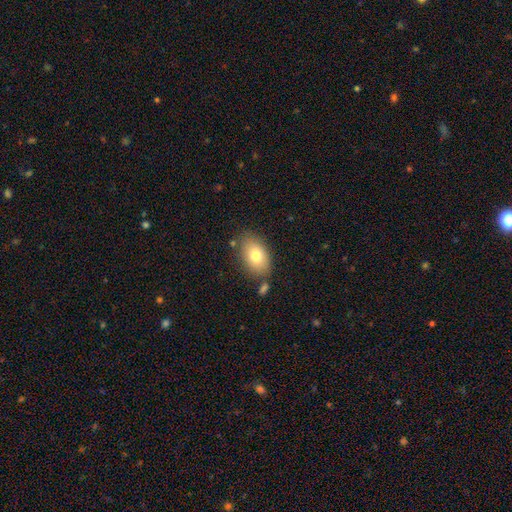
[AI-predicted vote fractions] This is likely a smooth galaxy (77%). How rounded: clearly in between (88%). Merging: likely none (75%).